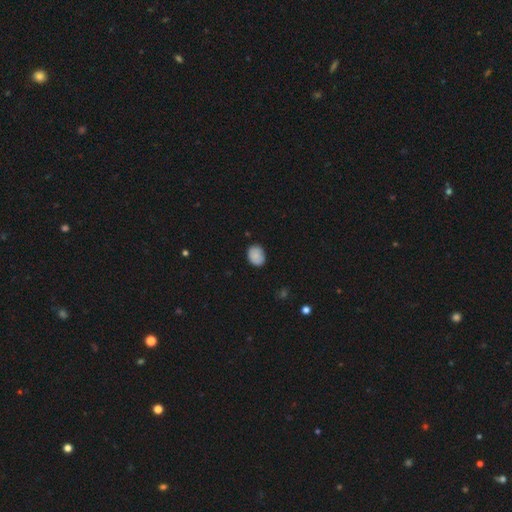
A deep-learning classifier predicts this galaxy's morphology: A smooth galaxy with no disk features (85%) that is in between round and cigar-shaped (59%). Merging: none (79%).